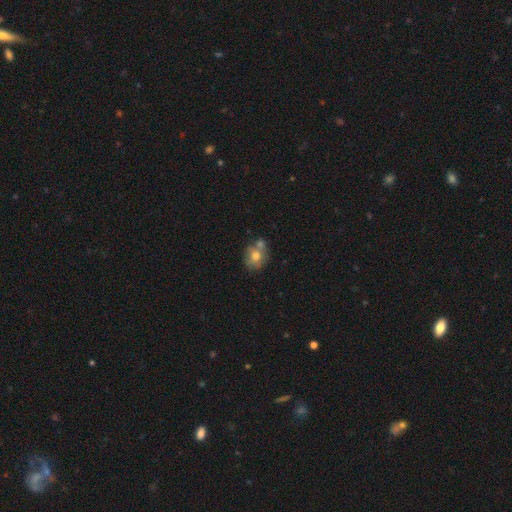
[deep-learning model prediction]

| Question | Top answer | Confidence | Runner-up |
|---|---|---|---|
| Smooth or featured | smooth | 71% | featured or disk (19%) |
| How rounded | round | 72% | in between (27%) |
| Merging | none | 50% | merger (33%) |